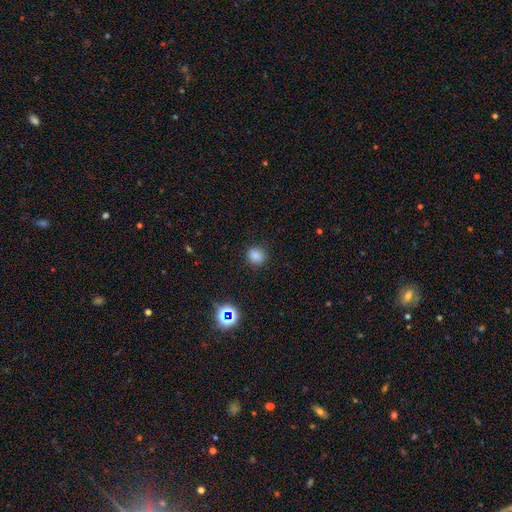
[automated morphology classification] smooth 80%, star or artifact 15%, featured or disk 4%. Down the decision tree: how rounded — round (81%); merging — none (88%).